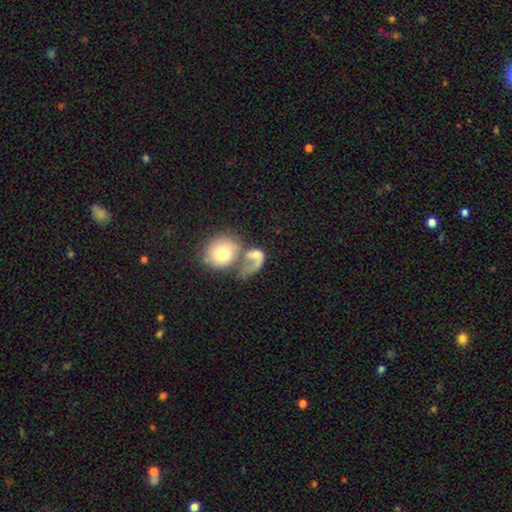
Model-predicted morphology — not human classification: smooth_or_featured: smooth (p=0.50) [alt: featured or disk p=0.41]
how_rounded: in between (p=0.50) [alt: round p=0.47]
merging: merger (p=0.47) [alt: major disturbance p=0.28]